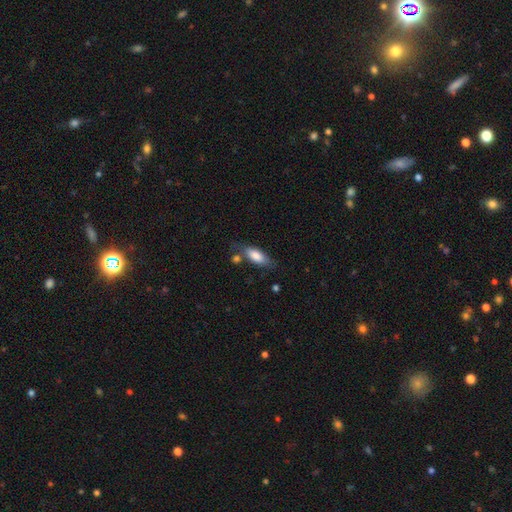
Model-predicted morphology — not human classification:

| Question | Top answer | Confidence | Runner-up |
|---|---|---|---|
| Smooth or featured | smooth | 79% | featured or disk (15%) |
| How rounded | in between | 78% | cigar-shaped (20%) |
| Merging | none | 61% | minor disturbance (21%) |